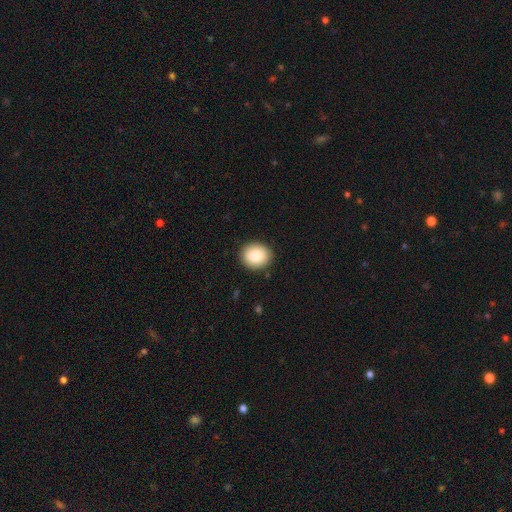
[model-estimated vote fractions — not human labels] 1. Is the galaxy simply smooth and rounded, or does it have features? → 84% smooth, 8% featured or disk, 8% star or artifact.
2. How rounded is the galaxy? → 74% round, 25% in between, 1% cigar-shaped.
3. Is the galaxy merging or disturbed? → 90% none, 7% minor disturbance, 2% major disturbance, 1% merger.